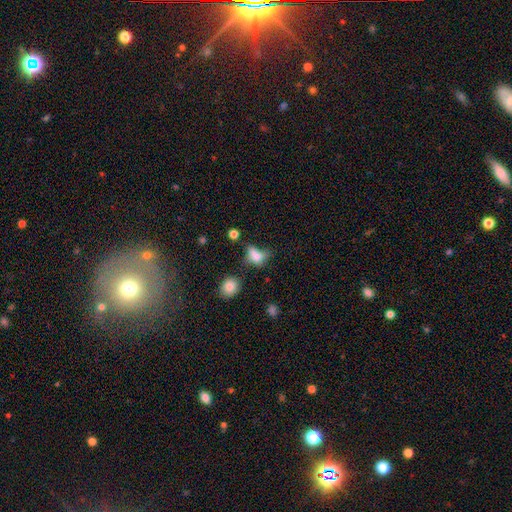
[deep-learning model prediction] Smooth or featured: smooth — 70% (featured or disk — 16%)
How rounded: in between — 70% (round — 24%)
Merging: major disturbance — 30% (tied with none — 30%)